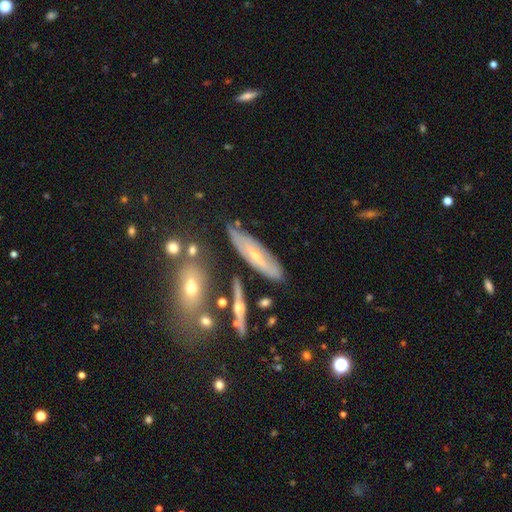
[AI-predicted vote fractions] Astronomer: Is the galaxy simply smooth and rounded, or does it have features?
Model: featured or disk — 60%.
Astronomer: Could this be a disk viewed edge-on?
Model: no — 54% (runner-up: yes, 46%).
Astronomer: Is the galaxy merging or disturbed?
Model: none — 68%.